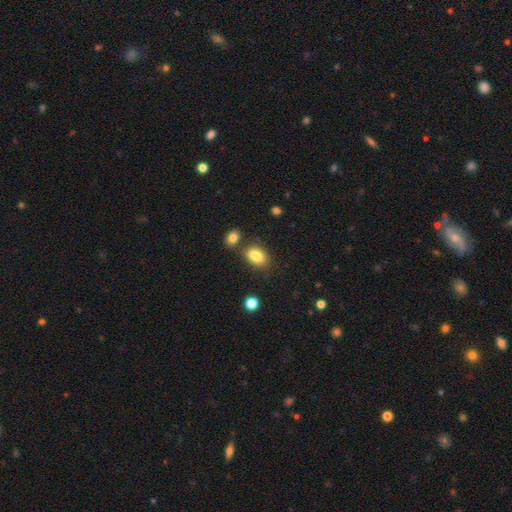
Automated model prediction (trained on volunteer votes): Q: Smooth or featured?
A: smooth (85%); runner-up: star or artifact (9%)
Q: How rounded?
A: in between (83%); runner-up: round (16%)
Q: Merging?
A: none (66%); runner-up: merger (15%)